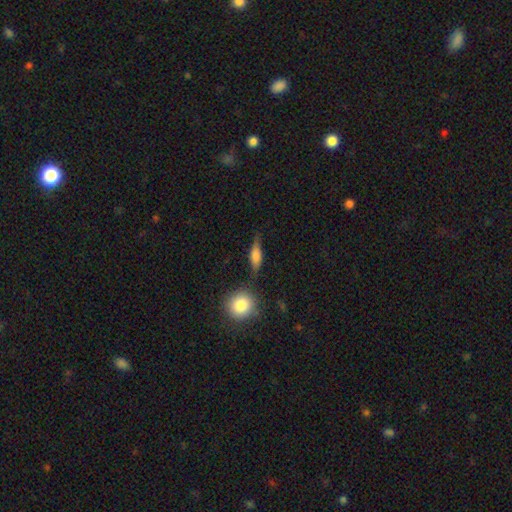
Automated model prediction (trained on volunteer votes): The model was most divided on "how rounded": in between: 50%, cigar-shaped: 41%, round: 9%. More confident: merging — none (62%); smooth or featured — smooth (62%).